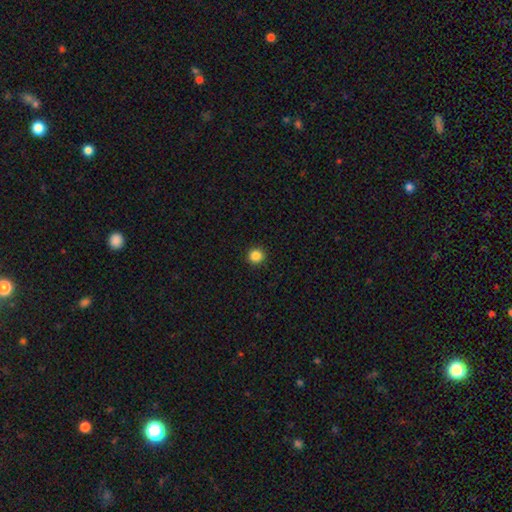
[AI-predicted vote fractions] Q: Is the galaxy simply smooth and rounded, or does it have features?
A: smooth — 86%.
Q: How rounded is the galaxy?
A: round — 95%.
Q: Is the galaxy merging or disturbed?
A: none — 94%.